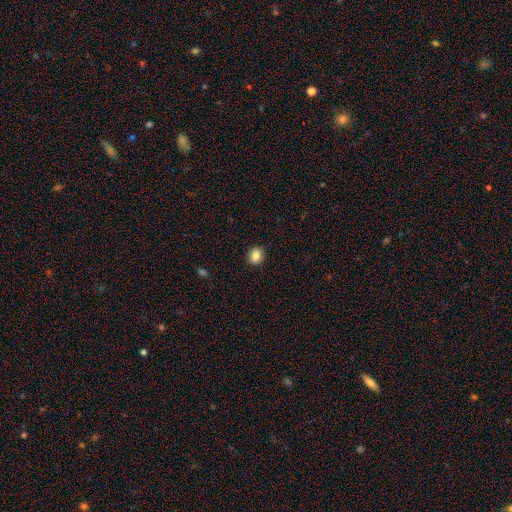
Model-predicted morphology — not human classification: A smooth galaxy with no disk features (85%) that is round (65%). Merging: none (90%).